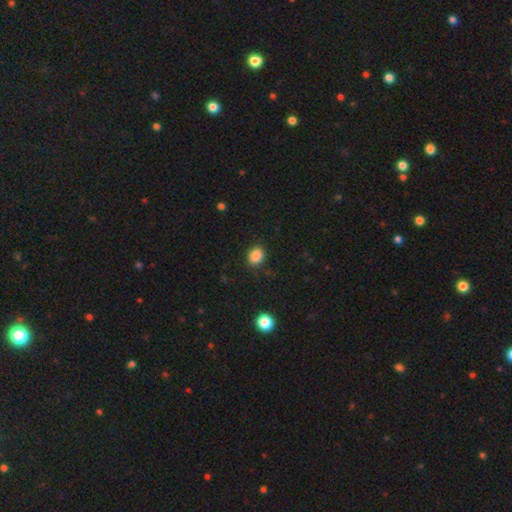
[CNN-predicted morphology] Smooth or featured: smooth — 86% (star or artifact — 10%)
How rounded: round — 60% (in between — 39%)
Merging: none — 86% (minor disturbance — 10%)